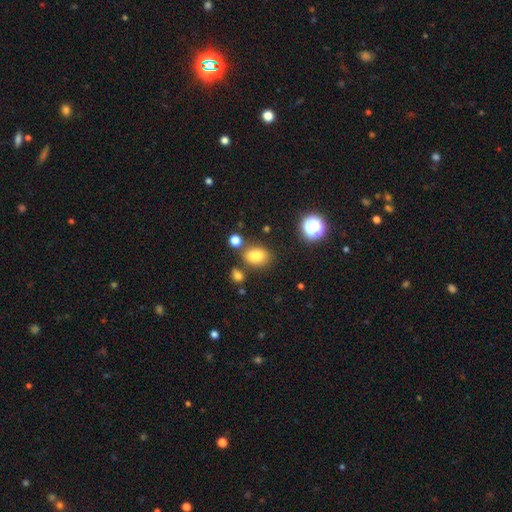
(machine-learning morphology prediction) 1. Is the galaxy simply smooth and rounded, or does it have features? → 79% smooth, 14% star or artifact, 7% featured or disk.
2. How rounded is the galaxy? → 75% in between, 23% round, 2% cigar-shaped.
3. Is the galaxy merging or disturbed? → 70% none, 15% minor disturbance, 11% merger, 5% major disturbance.